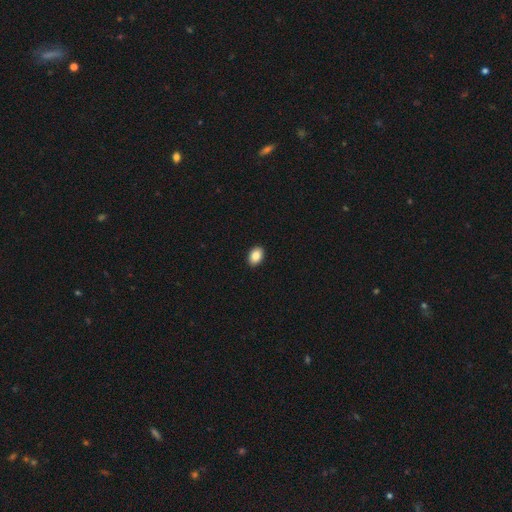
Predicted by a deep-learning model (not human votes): smooth-or-featured: smooth: 87% | star or artifact: 8% | featured or disk: 5%
  how-rounded: in between: 83% | round: 16% | cigar-shaped: 1%
  merging: none: 91% | minor disturbance: 6% | major disturbance: 1% | merger: 1%